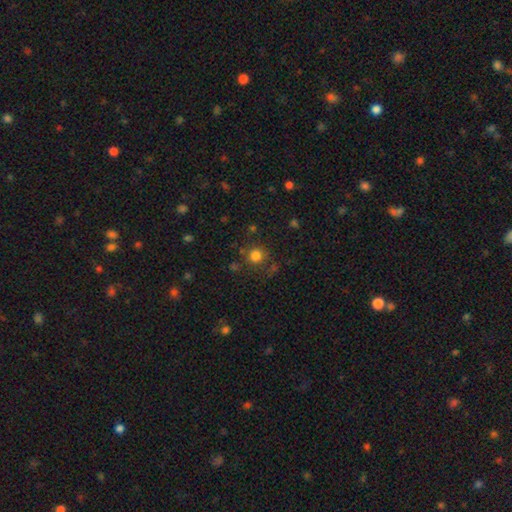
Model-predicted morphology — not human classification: smooth_or_featured: smooth (p=0.79) [alt: star or artifact p=0.15]
how_rounded: round (p=0.92) [alt: in between p=0.07]
merging: none (p=0.79) [alt: minor disturbance p=0.10]